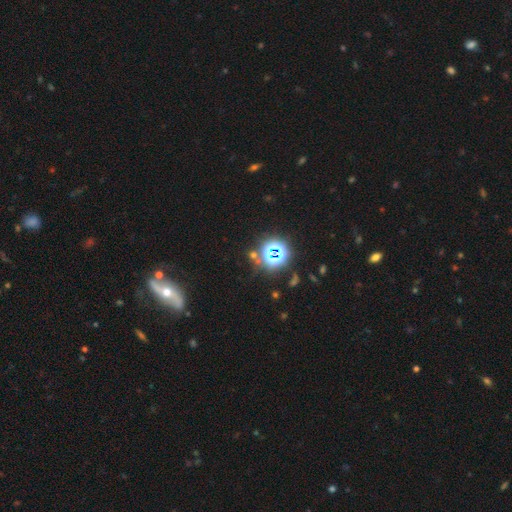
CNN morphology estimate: star or artifact 66%, smooth 20%, featured or disk 14%.